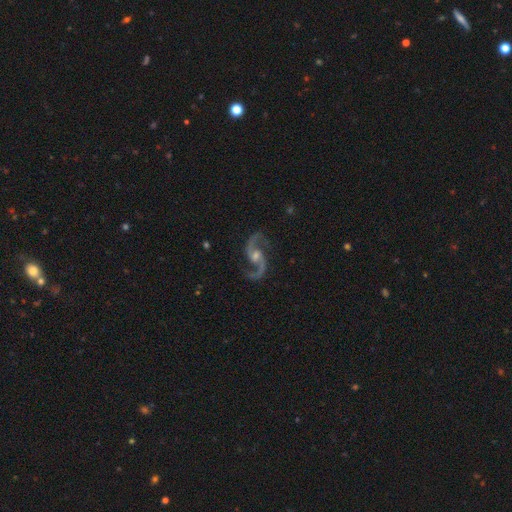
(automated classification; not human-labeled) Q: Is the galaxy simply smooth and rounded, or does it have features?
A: featured or disk — 93%.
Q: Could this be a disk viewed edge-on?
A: no — 98%.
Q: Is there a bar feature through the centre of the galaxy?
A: no — 52%.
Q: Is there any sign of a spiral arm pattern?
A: yes — 98%.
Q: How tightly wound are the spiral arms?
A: loose — 55%.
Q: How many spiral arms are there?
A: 2 — 95%.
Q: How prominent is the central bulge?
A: moderate — 55%.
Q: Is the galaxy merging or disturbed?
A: none — 82%.